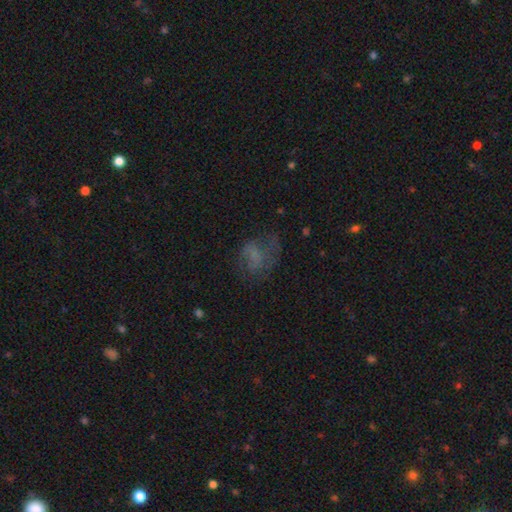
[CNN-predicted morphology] Smooth or featured? Predicted: smooth (p=0.46). Merging? Predicted: none (p=0.45).